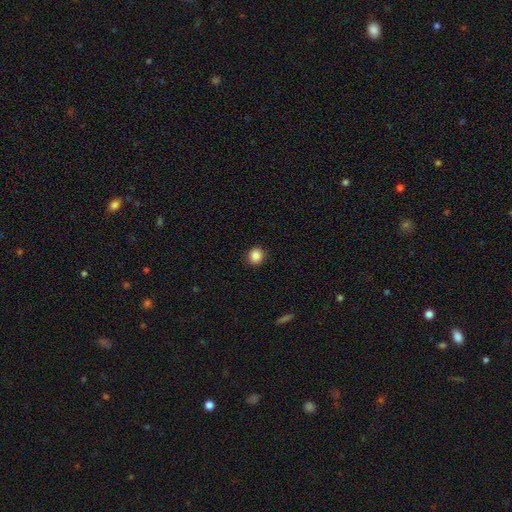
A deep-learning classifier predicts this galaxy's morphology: smooth 86%, star or artifact 10%, featured or disk 4%. Down the decision tree: how rounded — round (88%); merging — none (92%).